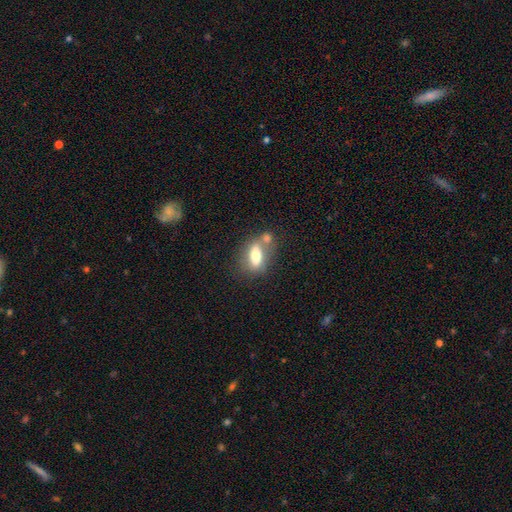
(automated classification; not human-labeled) Smooth or featured?
  - smooth: 63% *
  - featured or disk: 29%
  - star or artifact: 8%
How rounded?
  - in between: 75% *
  - cigar-shaped: 17%
  - round: 8%
Merging?
  - none: 44% *
  - merger: 36%
  - minor disturbance: 14%
  - major disturbance: 7%